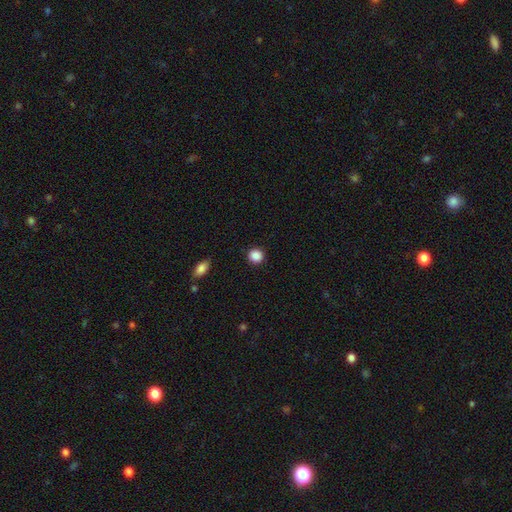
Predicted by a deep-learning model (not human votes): smooth-or-featured: smooth: 88% | star or artifact: 9% | featured or disk: 3%
  how-rounded: round: 92% | in between: 7% | cigar-shaped: 1%
  merging: none: 91% | minor disturbance: 6% | major disturbance: 2% | merger: 1%